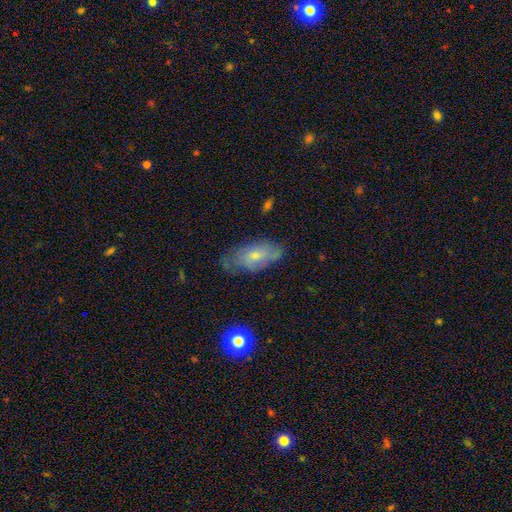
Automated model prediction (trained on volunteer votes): smooth 55%, featured or disk 38%, star or artifact 7%. Down the decision tree: how rounded — in between (88%); merging — none (57%).